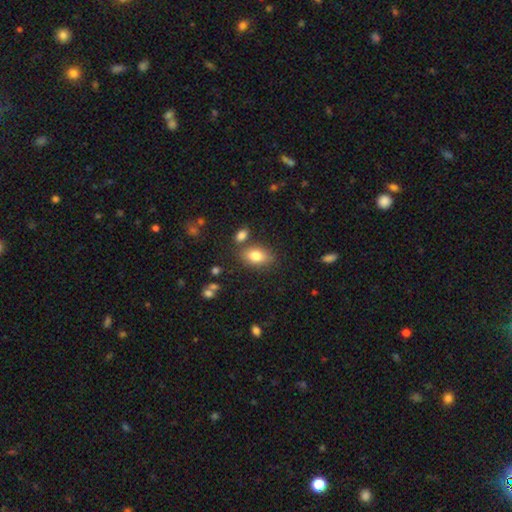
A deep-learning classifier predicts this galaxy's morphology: Smooth or featured?
  - smooth: 81% *
  - featured or disk: 11%
  - star or artifact: 8%
How rounded?
  - in between: 87% *
  - round: 12%
  - cigar-shaped: 2%
Merging?
  - none: 73% *
  - minor disturbance: 13%
  - merger: 11%
  - major disturbance: 4%